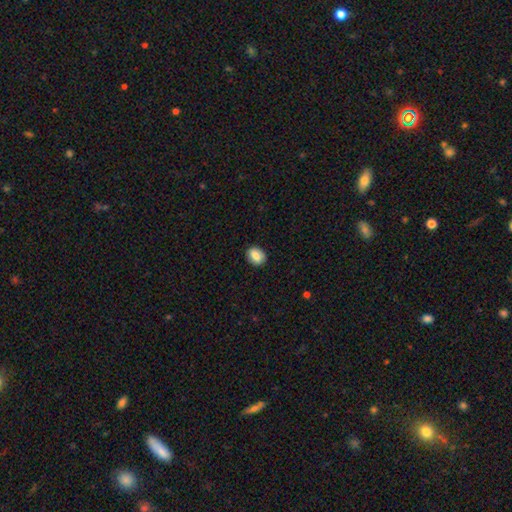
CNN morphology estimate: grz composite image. It shows a smooth galaxy with no disk features (83%) that is in between round and cigar-shaped (55%). Merging: none (89%).